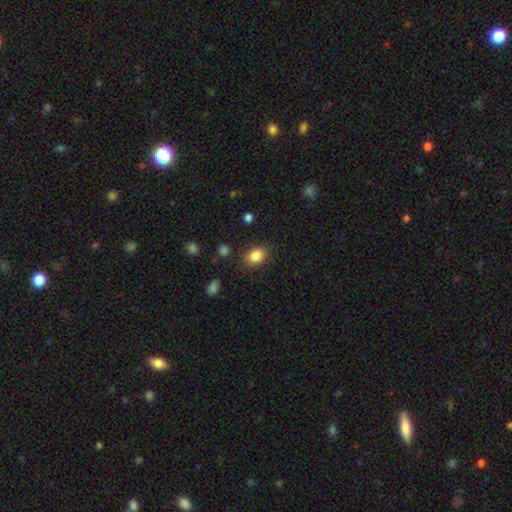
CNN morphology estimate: smooth-or-featured: smooth: 84% | star or artifact: 9% | featured or disk: 6%
  how-rounded: in between: 71% | round: 28% | cigar-shaped: 1%
  merging: none: 83% | minor disturbance: 12% | major disturbance: 3% | merger: 2%